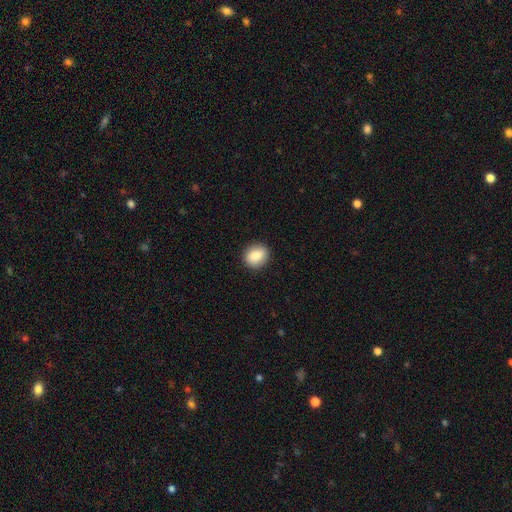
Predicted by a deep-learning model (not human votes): This is clearly a smooth galaxy (88%). How rounded: likely round (67%). Merging: clearly none (89%).